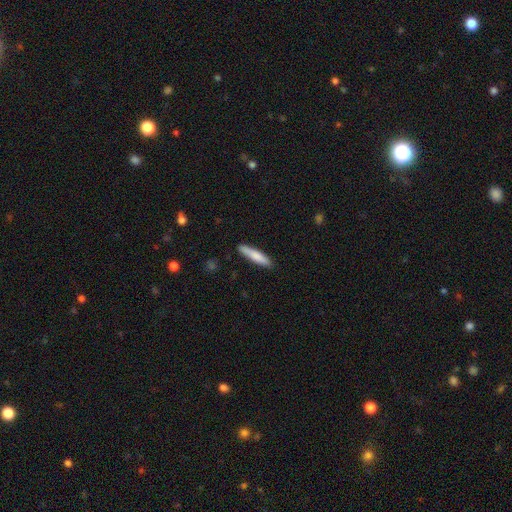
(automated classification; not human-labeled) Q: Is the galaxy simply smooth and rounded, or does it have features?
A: smooth — 79%.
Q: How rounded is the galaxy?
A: cigar-shaped — 87%.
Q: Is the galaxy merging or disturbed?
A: none — 88%.